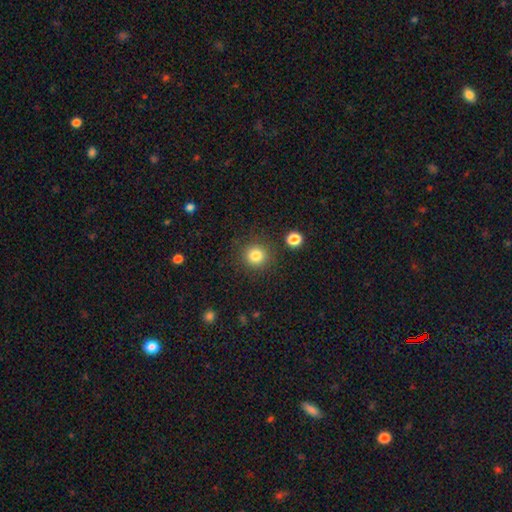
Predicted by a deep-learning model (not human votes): A smooth galaxy with no disk features (83%) that is round (93%). Merging: none (86%).